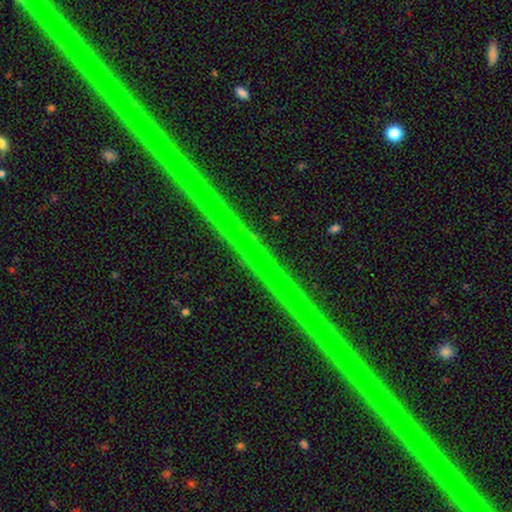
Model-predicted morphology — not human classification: Q: Smooth or featured?
A: star or artifact (81%); runner-up: featured or disk (14%)